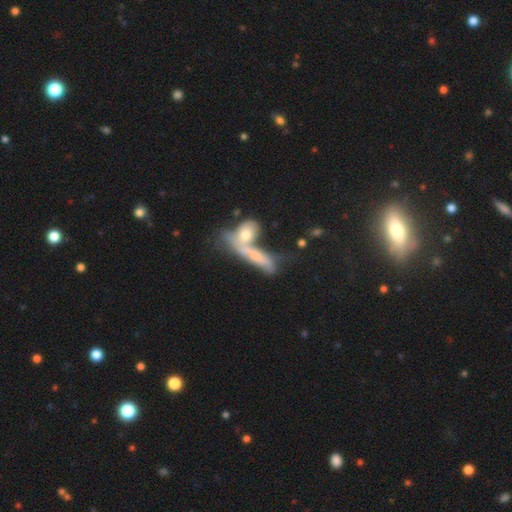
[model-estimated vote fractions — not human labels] A smooth galaxy with no disk features (53%) that is cigar-shaped (54%).

Vote fractions:
- Smooth or featured? smooth: 53% / featured or disk: 38% / star or artifact: 9%
- How rounded? cigar-shaped: 54% / in between: 40% / round: 6%
- Merging? merger: 56% / none: 24% / minor disturbance: 11% / major disturbance: 9%